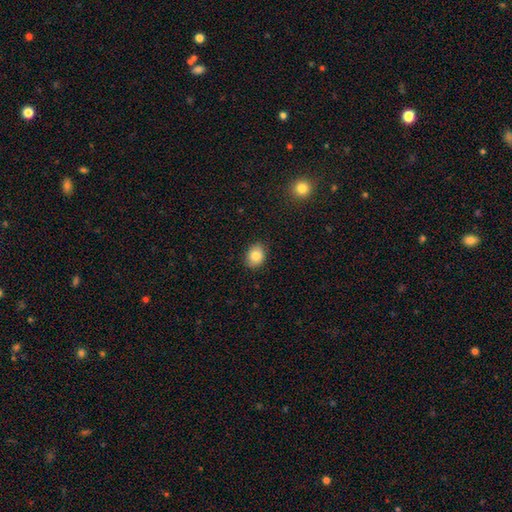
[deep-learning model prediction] This appears to be a smooth galaxy with no disk features (83%) that is in between round and cigar-shaped (56%). Merging: none (87%).